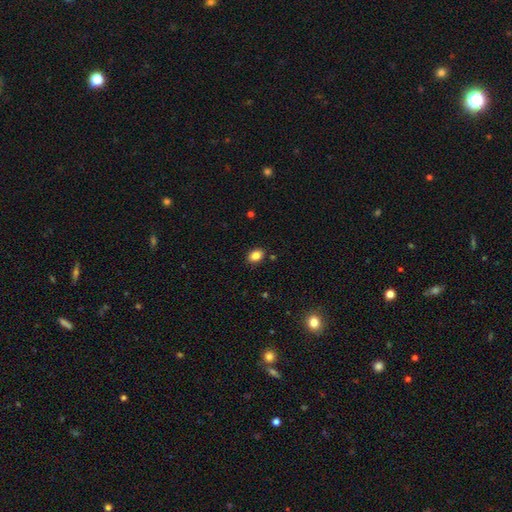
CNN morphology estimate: smooth_or_featured: smooth (p=0.85) [alt: star or artifact p=0.10]
how_rounded: in between (p=0.73) [alt: round p=0.26]
merging: none (p=0.88) [alt: minor disturbance p=0.08]